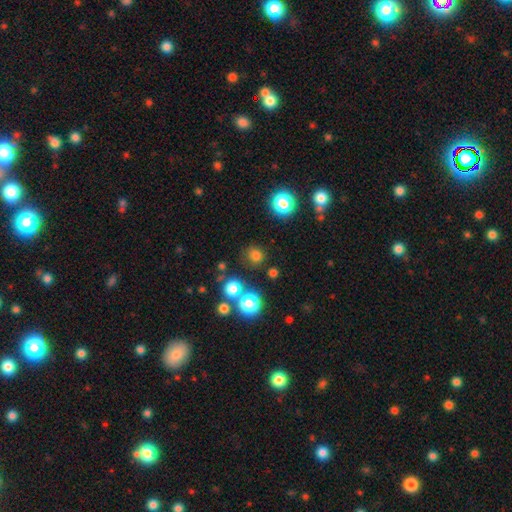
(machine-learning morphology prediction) Q: Smooth or featured?
A: smooth (72%); runner-up: star or artifact (22%)
Q: How rounded?
A: round (87%); runner-up: in between (12%)
Q: Merging?
A: none (80%); runner-up: minor disturbance (10%)